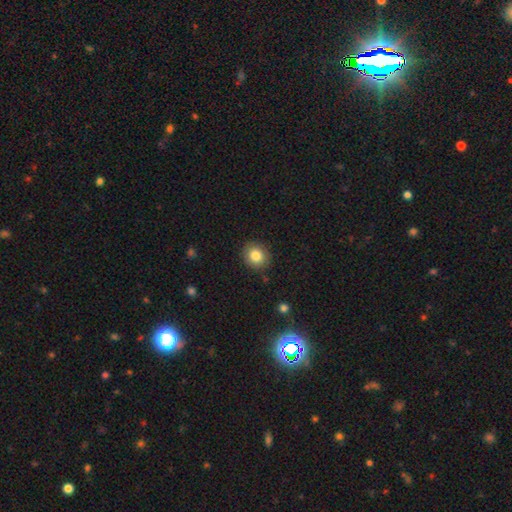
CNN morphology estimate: smooth_or_featured: smooth (p=0.83) [alt: star or artifact p=0.10]
how_rounded: round (p=0.80) [alt: in between p=0.19]
merging: none (p=0.87) [alt: minor disturbance p=0.09]